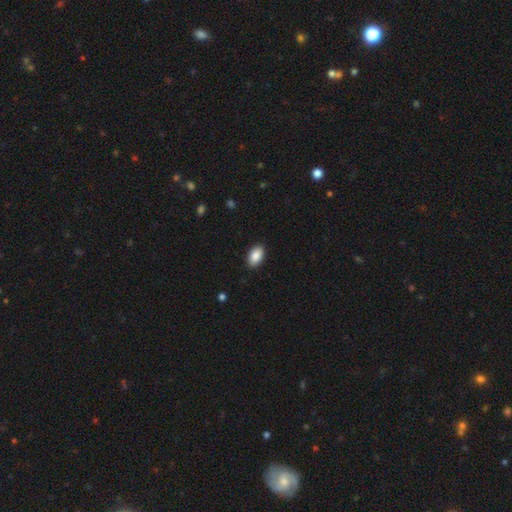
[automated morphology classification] smooth 89%, star or artifact 7%, featured or disk 5%. Down the decision tree: how rounded — in between (94%); merging — none (89%).